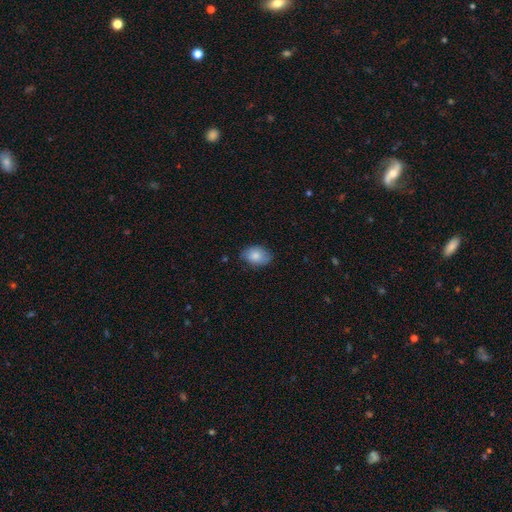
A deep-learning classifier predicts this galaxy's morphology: Overall: smooth (81%). How rounded: in between (82%). Merging: none (75%).